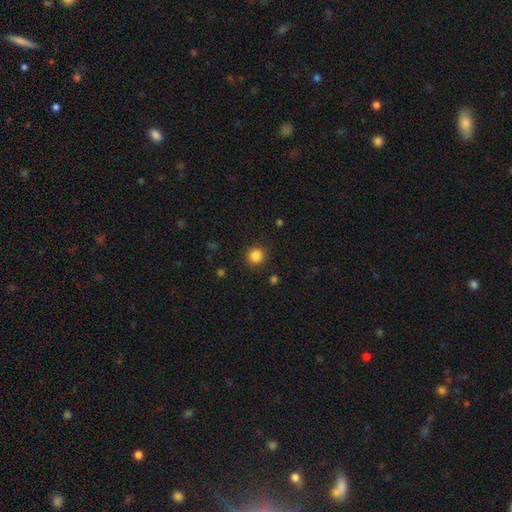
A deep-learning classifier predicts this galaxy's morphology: This is clearly a smooth galaxy (85%). How rounded: clearly round (92%). Merging: clearly none (89%).